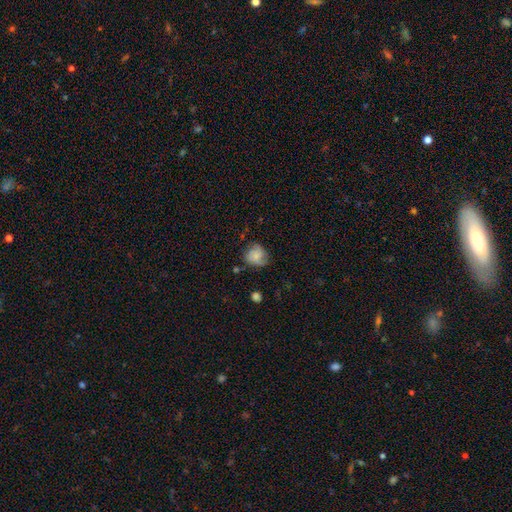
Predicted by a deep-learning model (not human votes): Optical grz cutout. It shows a smooth galaxy with no disk features (54%) that is round (71%). Merging: none (57%).